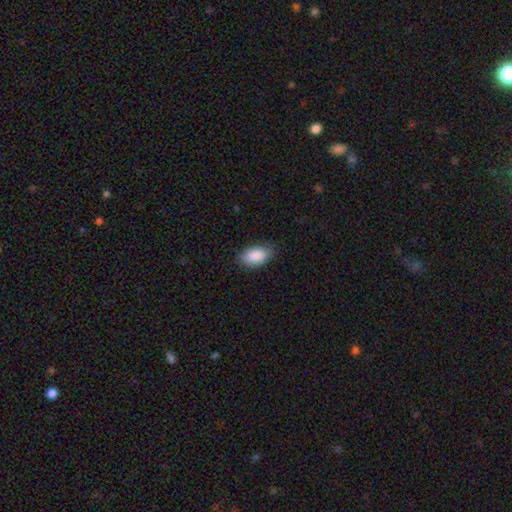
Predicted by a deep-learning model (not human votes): Smooth or featured? Predicted: smooth (p=0.89). How rounded? Predicted: in between (p=0.94). Merging? Predicted: none (p=0.82).